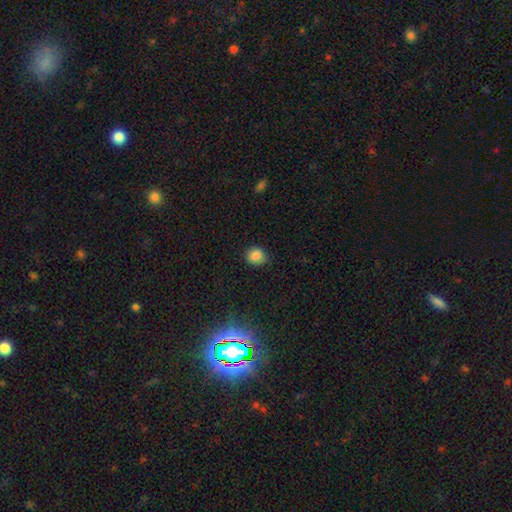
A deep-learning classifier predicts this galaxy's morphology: Smooth or featured? smooth (85%)
How rounded? round (80%)
Merging? none (81%)